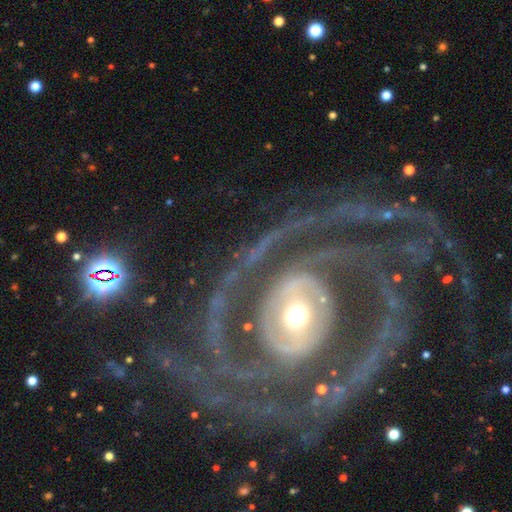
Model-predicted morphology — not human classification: A featured or disk galaxy (91%) with no bar (52%), 2 (40%) tight (61%) spiral arms (96%) and a moderate central bulge (59%).

Vote fractions:
- Smooth or featured? featured or disk: 91% / star or artifact: 5% / smooth: 4%
- Edge-on disk? no: 97% / yes: 3%
- Bar? no: 52% / weak: 25% / strong: 24%
- Spiral arms? yes: 96% / no: 4%
- Spiral winding? tight: 61% / medium: 31% / loose: 8%
- Spiral arm count? 2: 40% / 3: 19% / can't tell: 15% / 4: 10% / more than 4: 9% / 1: 8%
- Bulge size? moderate: 59% / small: 24% / large: 14% / dominant: 2% / none: 1%
- Merging? none: 67% / minor disturbance: 16% / major disturbance: 15% / merger: 2%